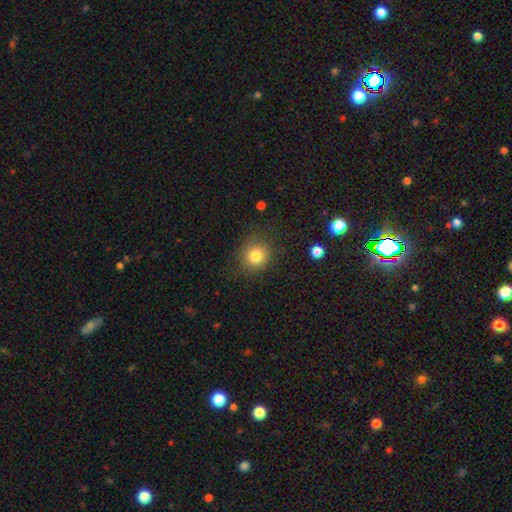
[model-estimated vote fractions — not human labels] A smooth galaxy with no disk features (81%) that is round (86%). Merging: none (83%).